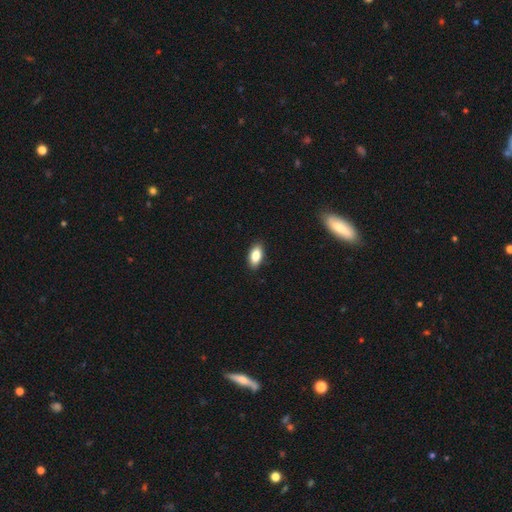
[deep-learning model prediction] This appears to be a smooth galaxy with no disk features (85%) that is in between round and cigar-shaped (92%). Merging: none (89%).